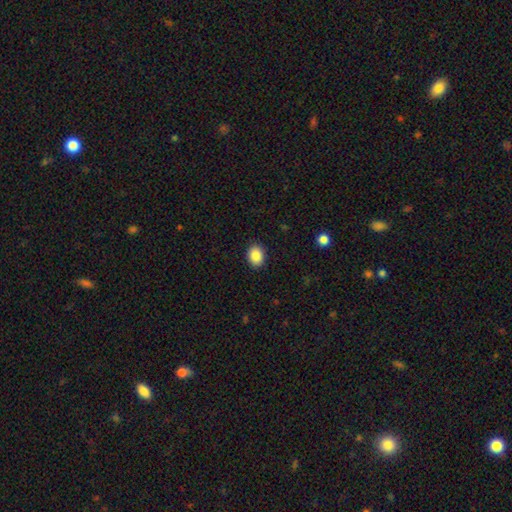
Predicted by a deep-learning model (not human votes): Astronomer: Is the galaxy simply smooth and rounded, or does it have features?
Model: smooth — 86%.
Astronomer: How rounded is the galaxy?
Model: in between — 55% (runner-up: round, 44%).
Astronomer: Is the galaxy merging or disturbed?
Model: none — 90%.